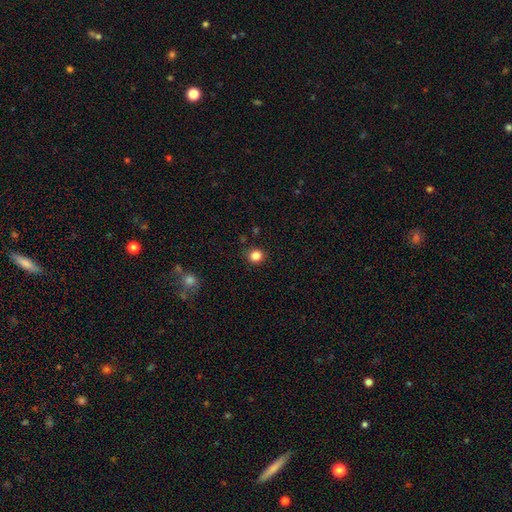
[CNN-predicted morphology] A smooth galaxy with no disk features (85%) that is round (88%). Merging: none (88%).